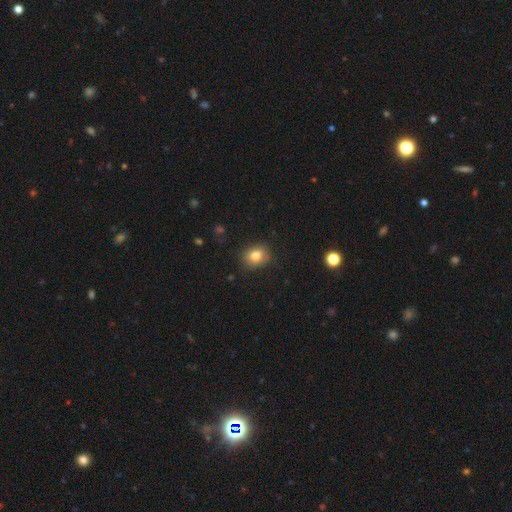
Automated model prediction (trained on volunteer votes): Morphology: type=smooth (80%); roundness=round (54%); merging=none (82%).